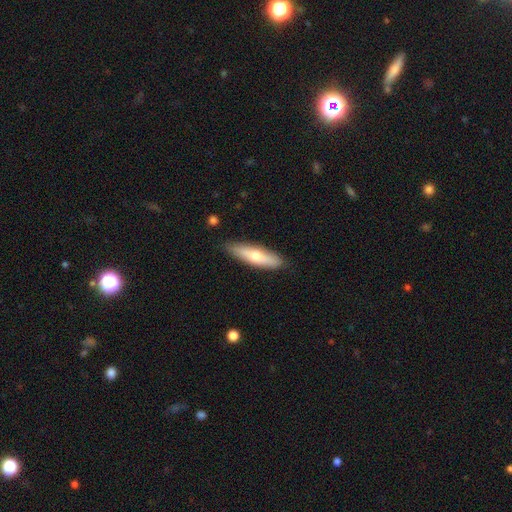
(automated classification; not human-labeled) A smooth galaxy with no disk features (60%) that is cigar-shaped (69%). Merging: none (86%).